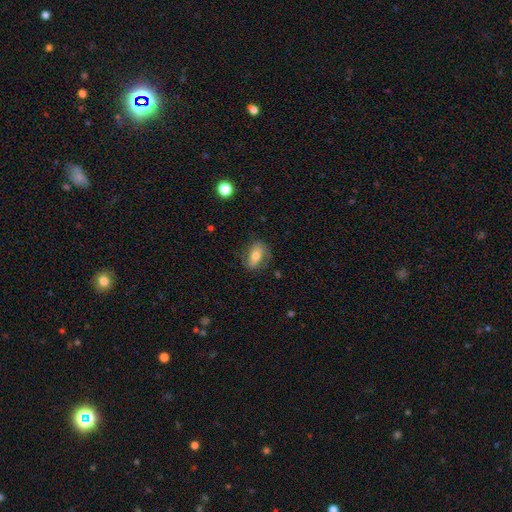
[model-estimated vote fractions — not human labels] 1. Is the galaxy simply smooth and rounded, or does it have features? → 56% smooth, 36% featured or disk, 8% star or artifact.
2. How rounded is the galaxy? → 80% in between, 13% round, 6% cigar-shaped.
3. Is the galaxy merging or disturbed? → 70% none, 20% minor disturbance, 8% major disturbance, 2% merger.